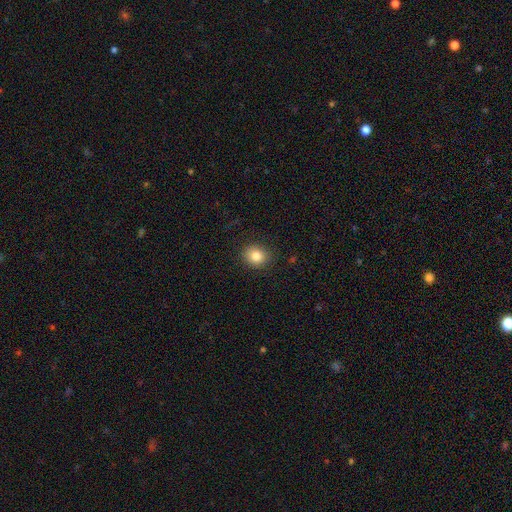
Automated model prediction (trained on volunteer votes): smooth-or-featured: smooth: 83% | star or artifact: 10% | featured or disk: 7%
  how-rounded: round: 73% | in between: 27% | cigar-shaped: 1%
  merging: none: 88% | minor disturbance: 9% | major disturbance: 2% | merger: 1%